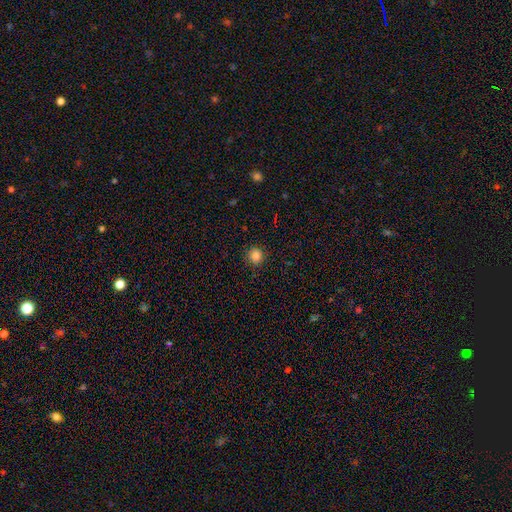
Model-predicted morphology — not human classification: type=smooth (84%); roundness=round (84%); merging=none (89%).